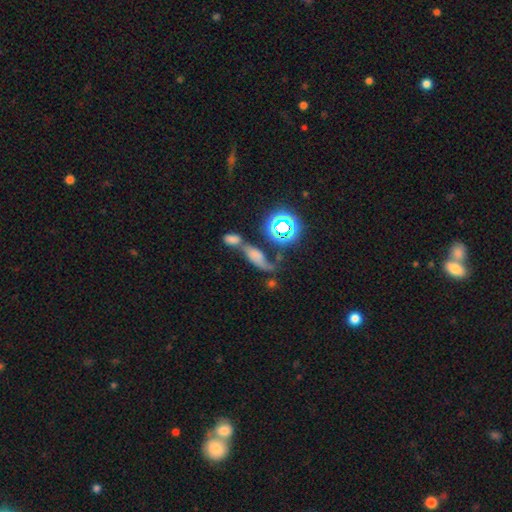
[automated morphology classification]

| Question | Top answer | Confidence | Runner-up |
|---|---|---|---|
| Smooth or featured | smooth | 47% | featured or disk (27%) |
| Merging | merger | 50% | none (25%) |